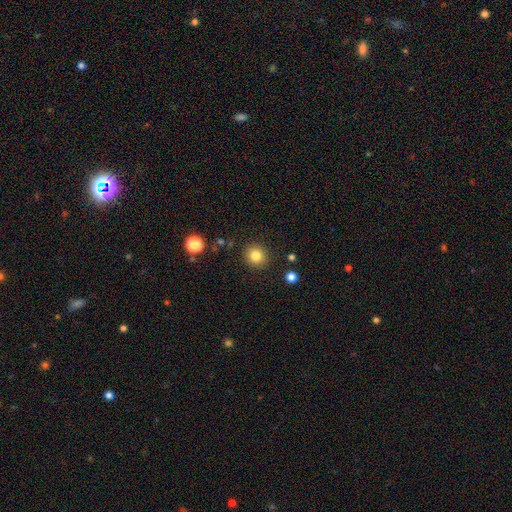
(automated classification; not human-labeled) A smooth galaxy with no disk features (83%) that is round (89%). Merging: none (89%).